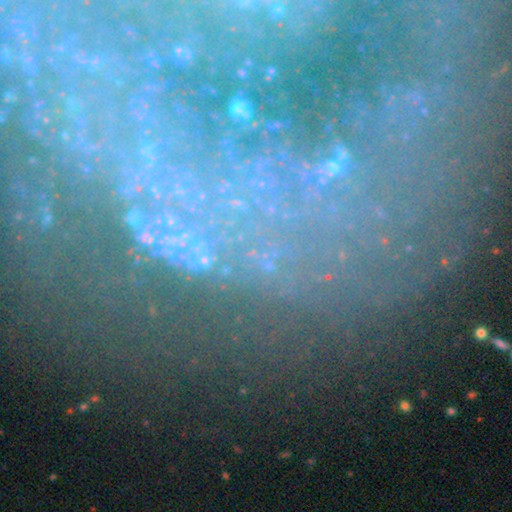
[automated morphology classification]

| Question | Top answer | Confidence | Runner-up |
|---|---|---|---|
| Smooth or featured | star or artifact | 55% | featured or disk (27%) |